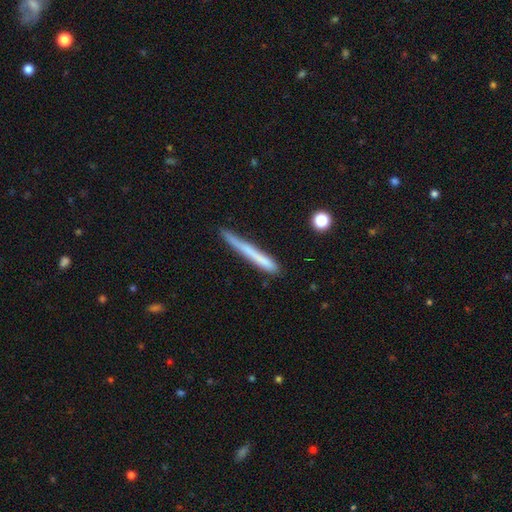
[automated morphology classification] Smooth or featured?
  - smooth: 61% *
  - featured or disk: 32%
  - star or artifact: 6%
How rounded?
  - cigar-shaped: 97% *
  - in between: 2%
  - round: 1%
Merging?
  - none: 79% *
  - minor disturbance: 16%
  - major disturbance: 3%
  - merger: 2%